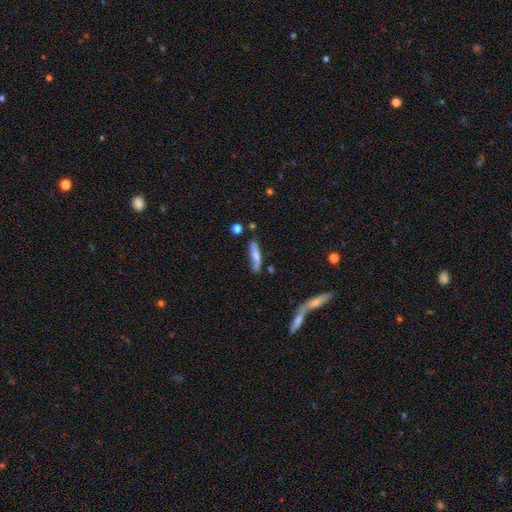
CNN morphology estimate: Smooth or featured? Predicted: smooth (p=0.55). How rounded? Predicted: cigar-shaped (p=0.68). Merging? Predicted: none (p=0.63).